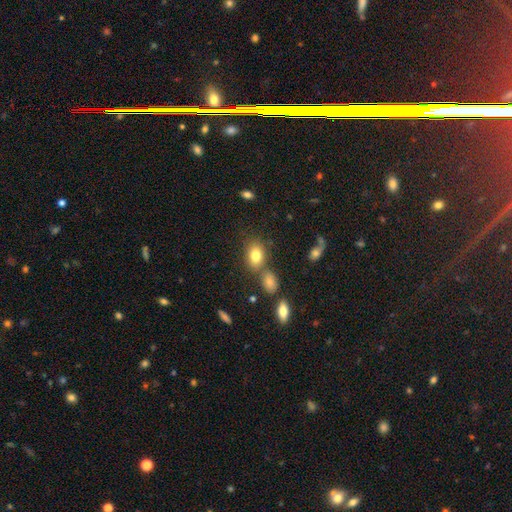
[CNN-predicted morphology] smooth_or_featured: smooth (p=0.80) [alt: featured or disk p=0.10]
how_rounded: in between (p=0.75) [alt: round p=0.23]
merging: none (p=0.65) [alt: merger p=0.18]